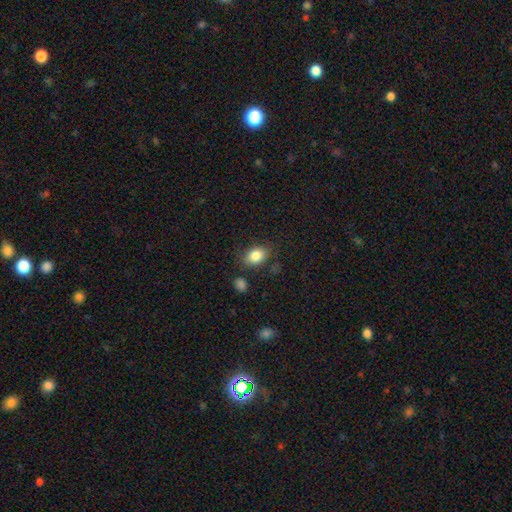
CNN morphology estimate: A smooth galaxy with no disk features (85%) that is in between round and cigar-shaped (77%). Merging: none (77%).